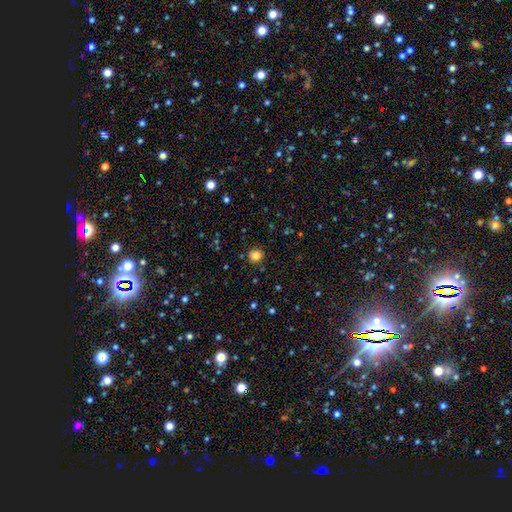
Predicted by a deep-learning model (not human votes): smooth-or-featured: smooth: 82% | star or artifact: 13% | featured or disk: 5%
  how-rounded: round: 84% | in between: 15% | cigar-shaped: 1%
  merging: none: 85% | minor disturbance: 10% | major disturbance: 3% | merger: 2%